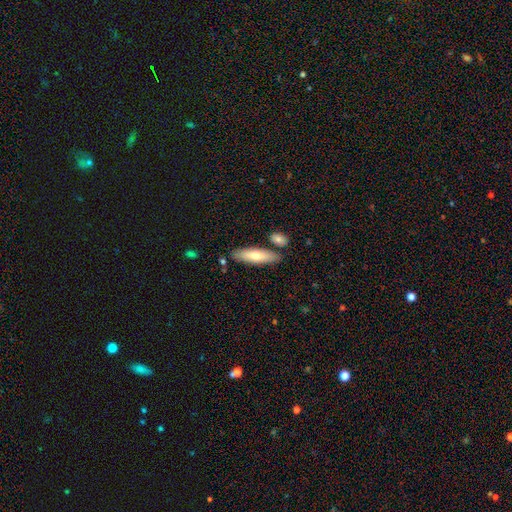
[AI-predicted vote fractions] Overall: smooth (68%). How rounded: cigar-shaped (58%; in between 40%). Merging: none (80%).